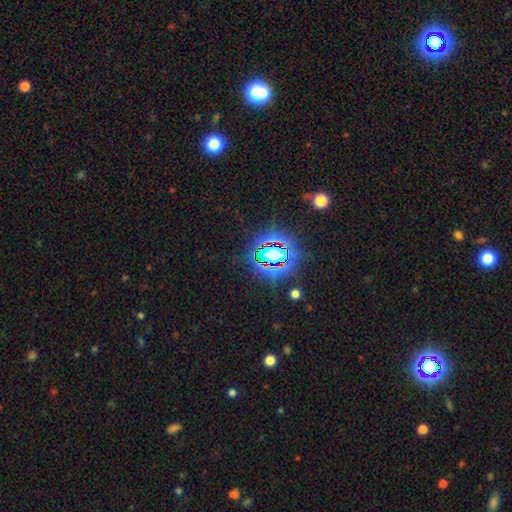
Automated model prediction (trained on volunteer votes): A star or artifact, not a galaxy (81%).